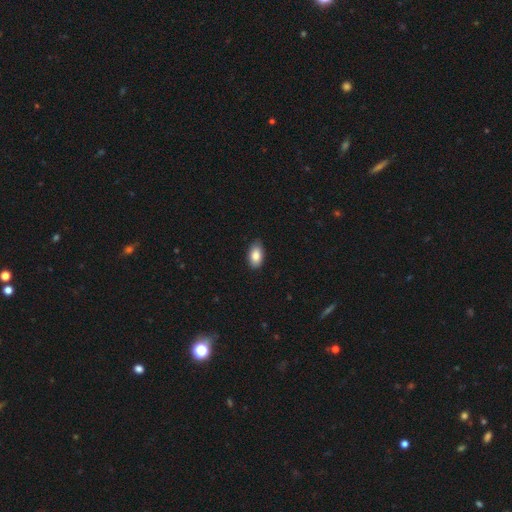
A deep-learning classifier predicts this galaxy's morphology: This is clearly a smooth galaxy (86%). How rounded: clearly in between (93%). Merging: clearly none (82%).